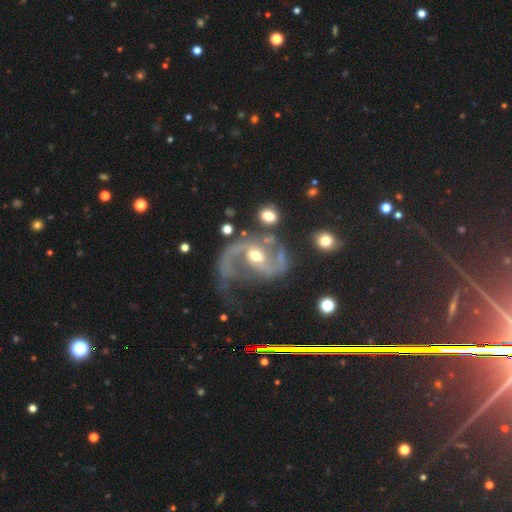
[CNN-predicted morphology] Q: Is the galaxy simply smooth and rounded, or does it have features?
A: featured or disk — 88%.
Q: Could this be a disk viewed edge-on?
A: no — 98%.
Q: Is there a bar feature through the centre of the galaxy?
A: weak — 44%.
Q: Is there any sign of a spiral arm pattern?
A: yes — 95%.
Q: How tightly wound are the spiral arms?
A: loose — 46%.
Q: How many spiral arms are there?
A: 2 — 82%.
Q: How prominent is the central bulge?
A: moderate — 67%.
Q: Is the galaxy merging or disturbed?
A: none — 39%.